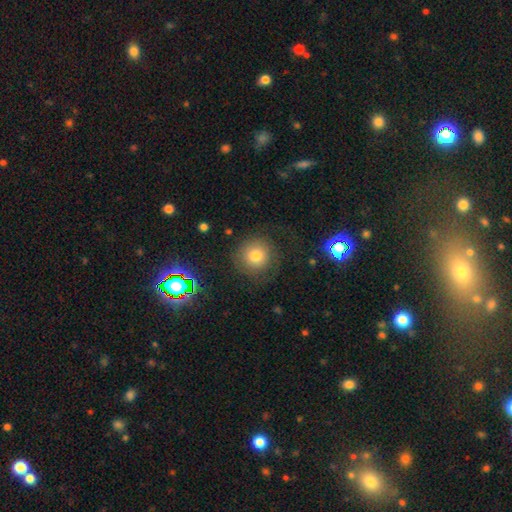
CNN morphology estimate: This appears to be a smooth galaxy with no disk features (72%) that is round (93%). Merging: none (75%).